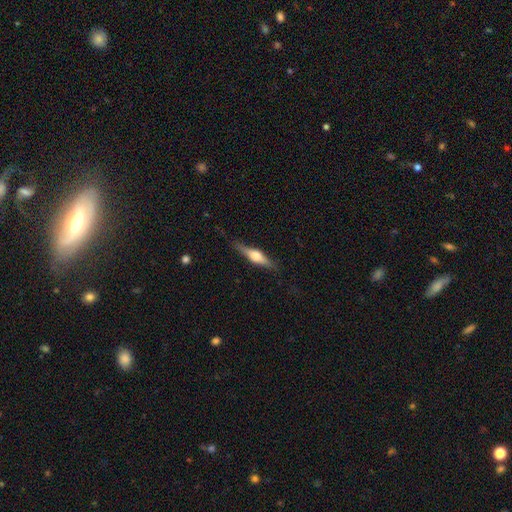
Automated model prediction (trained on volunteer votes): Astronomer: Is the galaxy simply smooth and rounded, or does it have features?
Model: featured or disk — 64%.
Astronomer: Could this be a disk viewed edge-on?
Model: yes — 97%.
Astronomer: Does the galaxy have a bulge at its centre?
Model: rounded — 89%.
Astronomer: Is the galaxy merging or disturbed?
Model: none — 83%.